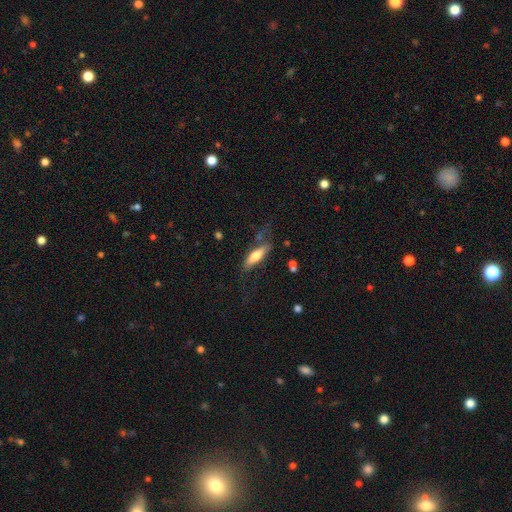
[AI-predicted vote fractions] Overall: smooth (63%; featured or disk 31%). How rounded: cigar-shaped (54%; in between 43%). Merging: none (58%; minor disturbance 24%).